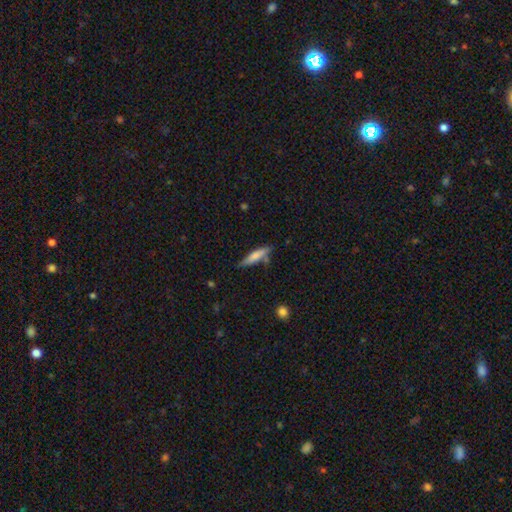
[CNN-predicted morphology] smooth_or_featured: smooth (p=0.67) [alt: featured or disk p=0.26]
how_rounded: cigar-shaped (p=0.80) [alt: in between p=0.19]
merging: none (p=0.66) [alt: minor disturbance p=0.21]